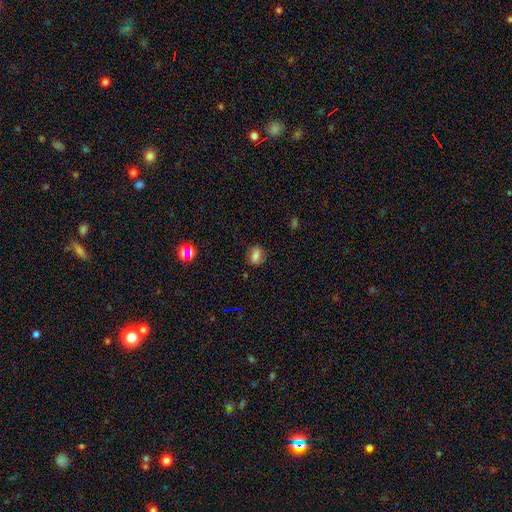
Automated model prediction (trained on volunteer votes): smooth 70%, featured or disk 18%, star or artifact 12%. Down the decision tree: how rounded — in between (69%); merging — none (77%).